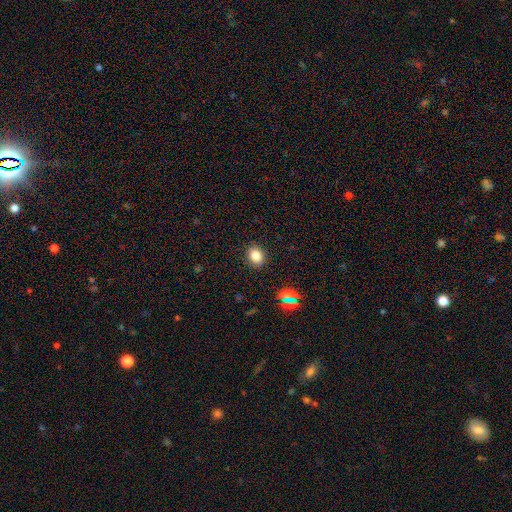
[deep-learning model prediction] smooth 80%, star or artifact 14%, featured or disk 6%. Down the decision tree: how rounded — round (52%); merging — none (89%).